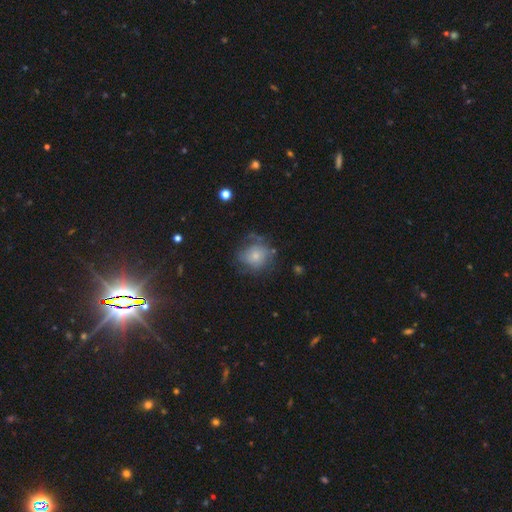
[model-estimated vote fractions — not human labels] The model was most divided on "merging": none: 50%, minor disturbance: 28%, major disturbance: 19%, merger: 3%. More confident: how rounded — round (76%); smooth or featured — smooth (60%).